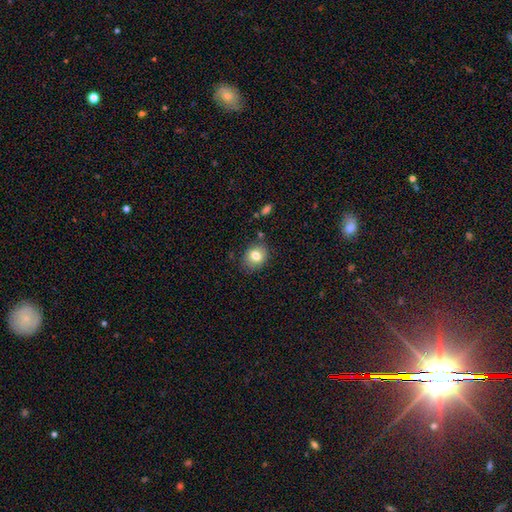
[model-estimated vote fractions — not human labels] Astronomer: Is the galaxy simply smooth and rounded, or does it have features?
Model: smooth — 79%.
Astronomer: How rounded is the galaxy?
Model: round — 57% (runner-up: in between, 42%).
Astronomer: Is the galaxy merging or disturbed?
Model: none — 81%.